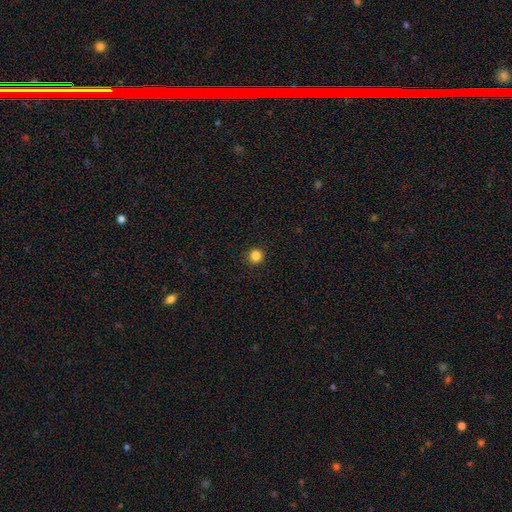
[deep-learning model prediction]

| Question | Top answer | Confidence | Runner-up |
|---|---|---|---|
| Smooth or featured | smooth | 85% | star or artifact (12%) |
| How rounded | round | 92% | in between (7%) |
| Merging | none | 91% | minor disturbance (6%) |